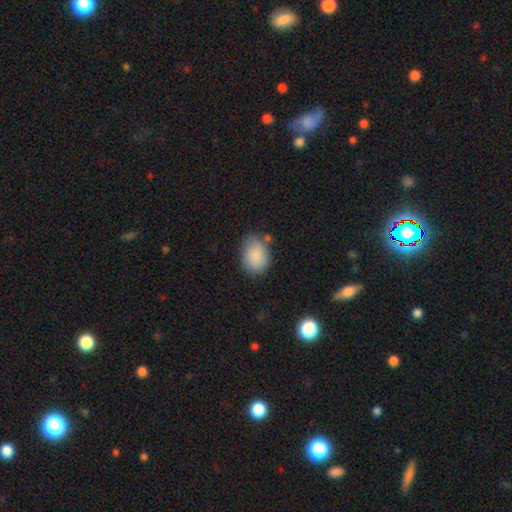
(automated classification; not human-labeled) Overall: smooth (85%). How rounded: in between (69%; round 30%). Merging: none (58%; minor disturbance 28%).